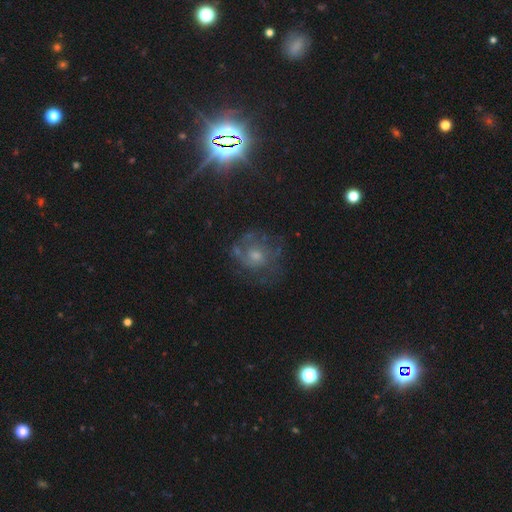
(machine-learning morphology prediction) A featured or disk galaxy (58%) with no bar (78%), spiral arms (67%) and a moderate central bulge (50%). Merging: none (57%).